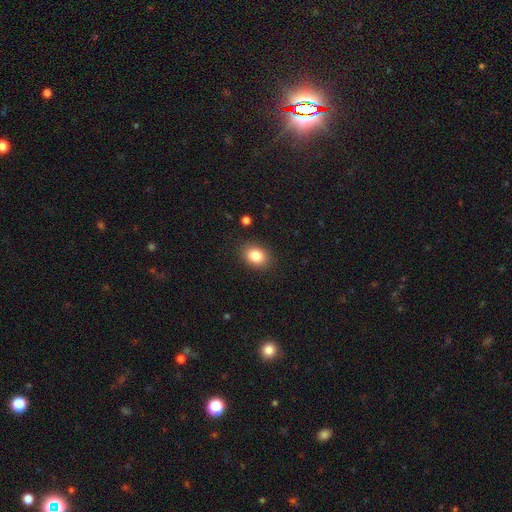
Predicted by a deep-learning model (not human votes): A smooth galaxy with no disk features (84%) that is in between round and cigar-shaped (64%). Merging: none (87%).